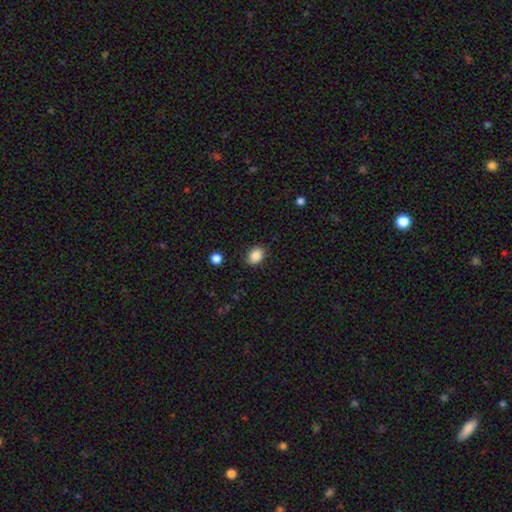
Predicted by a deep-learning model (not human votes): Smooth or featured? smooth (87%)
How rounded? in between (65%)
Merging? none (84%)